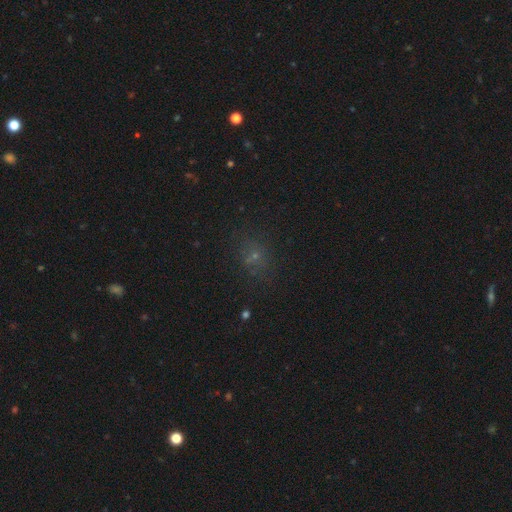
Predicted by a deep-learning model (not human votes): A smooth galaxy with no disk features (50%) that is round (71%).

Vote fractions:
- Smooth or featured? smooth: 50% / star or artifact: 39% / featured or disk: 11%
- How rounded? round: 71% / in between: 28% / cigar-shaped: 2%
- Merging? none: 80% / minor disturbance: 12% / major disturbance: 5% / merger: 3%